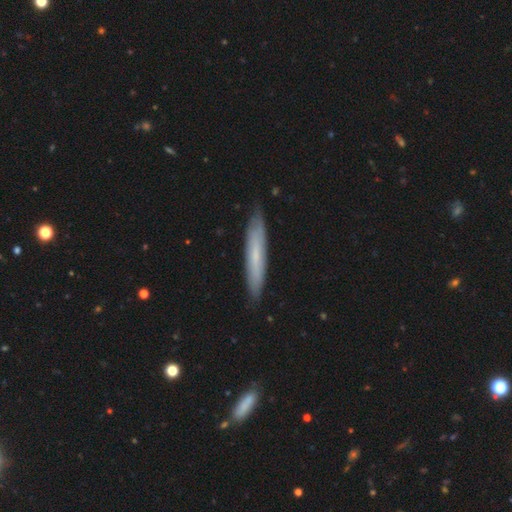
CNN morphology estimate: Smooth or featured?
  - smooth: 54% *
  - featured or disk: 39%
  - star or artifact: 6%
How rounded?
  - cigar-shaped: 92% *
  - in between: 7%
  - round: 1%
Merging?
  - none: 86% *
  - minor disturbance: 11%
  - major disturbance: 2%
  - merger: 1%